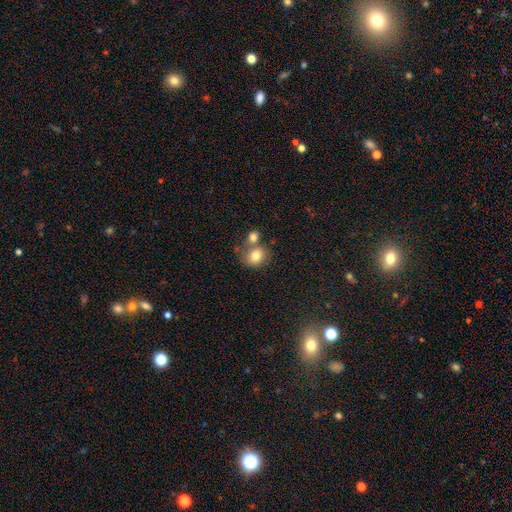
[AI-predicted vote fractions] This is likely a smooth galaxy (79%). How rounded: likely round (67%). Merging: possibly none (50%).